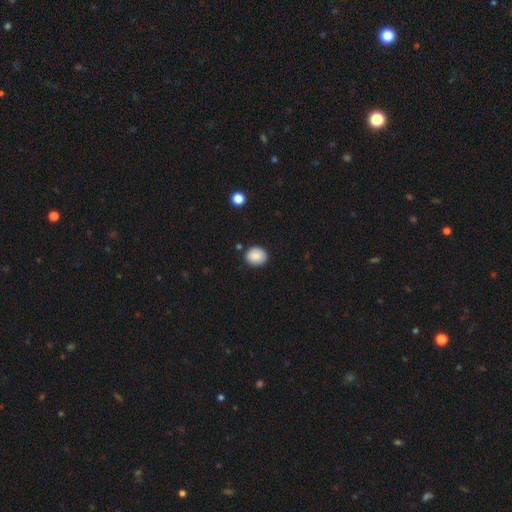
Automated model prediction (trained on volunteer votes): Smooth or featured? smooth (87%)
How rounded? round (73%)
Merging? none (85%)